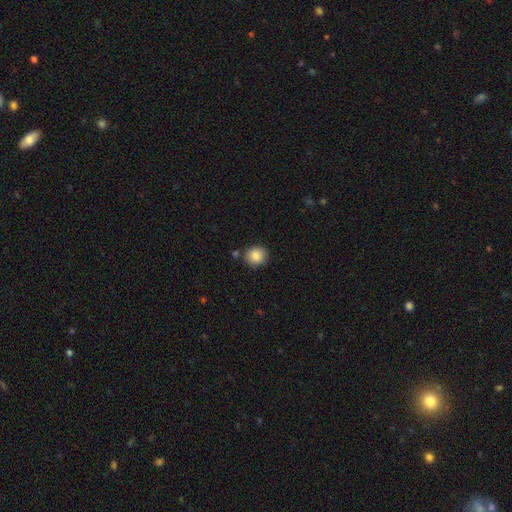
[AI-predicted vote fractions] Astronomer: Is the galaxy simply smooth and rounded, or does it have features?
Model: smooth — 85%.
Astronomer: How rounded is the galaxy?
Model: round — 89%.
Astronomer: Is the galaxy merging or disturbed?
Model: none — 84%.